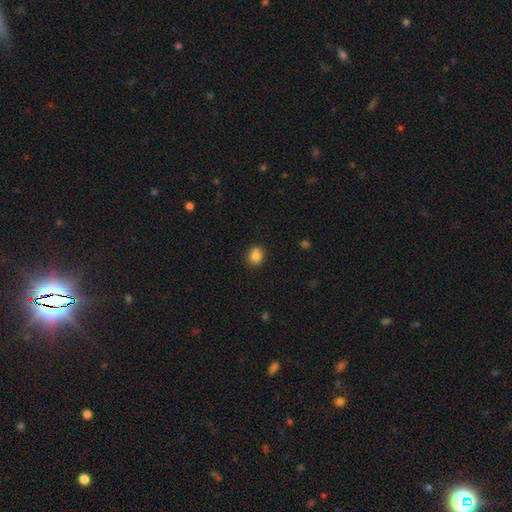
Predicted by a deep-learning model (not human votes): smooth-or-featured: smooth: 84% | star or artifact: 10% | featured or disk: 6%
  how-rounded: round: 63% | in between: 36% | cigar-shaped: 1%
  merging: none: 79% | minor disturbance: 14% | merger: 3% | major disturbance: 3%